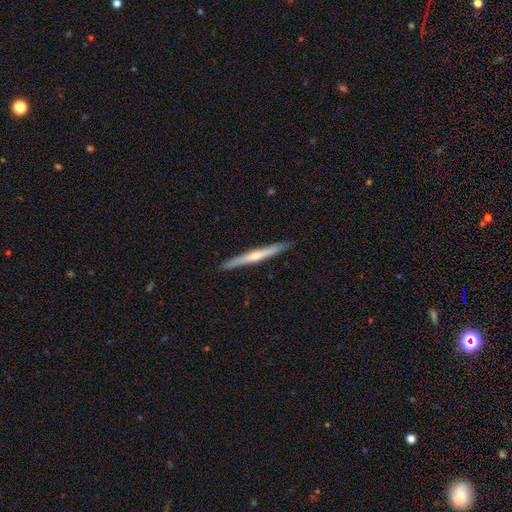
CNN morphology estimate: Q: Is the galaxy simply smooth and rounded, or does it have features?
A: featured or disk — 64%.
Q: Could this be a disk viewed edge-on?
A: yes — 97%.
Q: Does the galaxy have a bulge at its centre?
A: rounded — 69%.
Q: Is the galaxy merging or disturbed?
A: none — 91%.